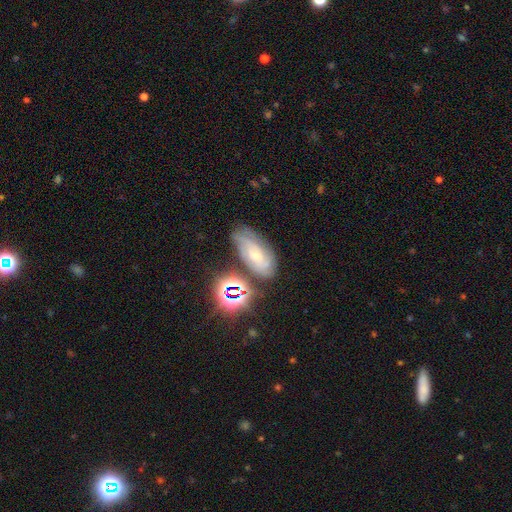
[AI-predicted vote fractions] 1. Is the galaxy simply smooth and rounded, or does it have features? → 53% featured or disk, 24% smooth, 23% star or artifact.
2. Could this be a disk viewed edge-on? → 92% no, 8% yes.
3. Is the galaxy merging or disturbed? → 62% none, 22% minor disturbance, 9% major disturbance, 7% merger.